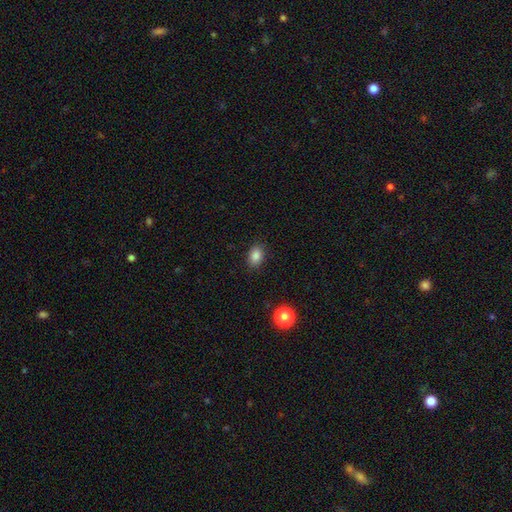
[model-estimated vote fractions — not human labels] smooth 85%, star or artifact 10%, featured or disk 5%. Down the decision tree: how rounded — in between (77%); merging — none (87%).